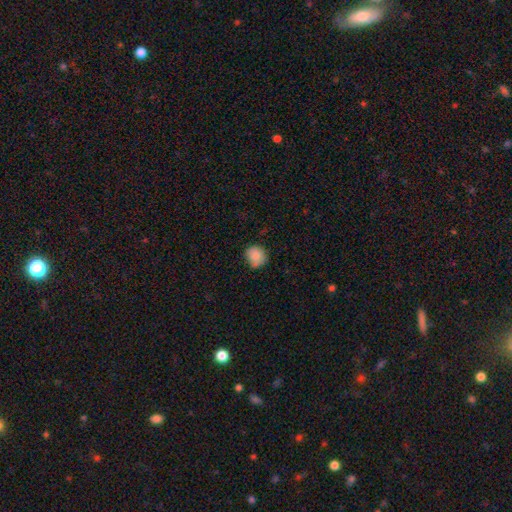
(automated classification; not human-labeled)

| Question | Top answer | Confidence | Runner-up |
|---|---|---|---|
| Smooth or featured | smooth | 86% | star or artifact (9%) |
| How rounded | round | 82% | in between (17%) |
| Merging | none | 74% | minor disturbance (21%) |